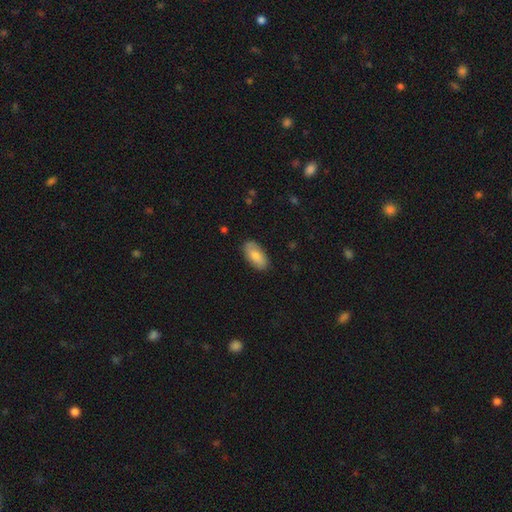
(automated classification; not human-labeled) Q: Smooth or featured?
A: smooth (82%); runner-up: featured or disk (13%)
Q: How rounded?
A: in between (93%); runner-up: cigar-shaped (5%)
Q: Merging?
A: none (85%); runner-up: minor disturbance (11%)